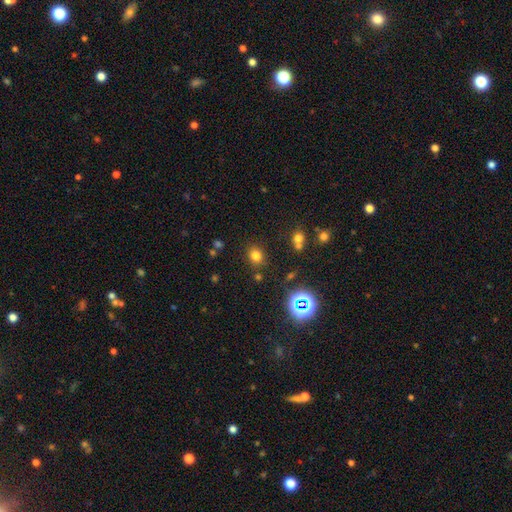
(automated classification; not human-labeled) smooth_or_featured: smooth (p=0.73) [alt: star or artifact p=0.20]
how_rounded: round (p=0.70) [alt: in between p=0.29]
merging: none (p=0.82) [alt: minor disturbance p=0.10]